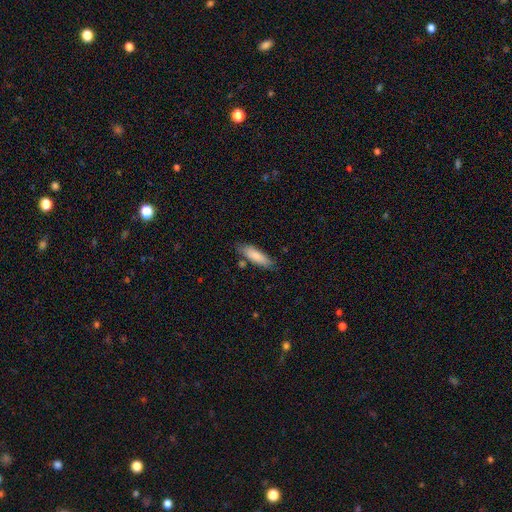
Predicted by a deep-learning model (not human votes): A smooth galaxy with no disk features (81%) that is in between round and cigar-shaped (50%).

Vote fractions:
- Smooth or featured? smooth: 81% / featured or disk: 13% / star or artifact: 6%
- How rounded? in between: 50% / cigar-shaped: 48% / round: 2%
- Merging? none: 77% / minor disturbance: 15% / merger: 5% / major disturbance: 3%